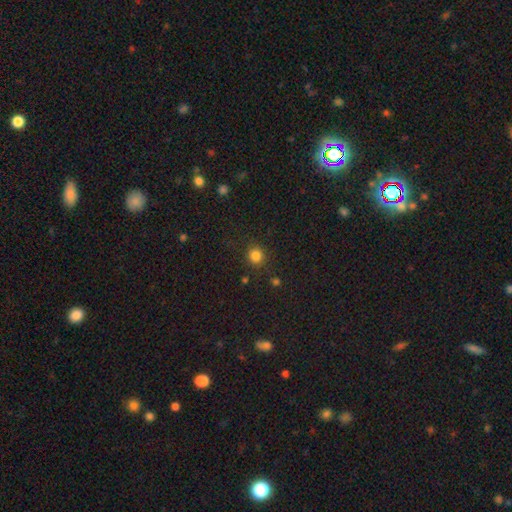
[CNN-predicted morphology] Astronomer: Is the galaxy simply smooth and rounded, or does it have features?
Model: smooth — 82%.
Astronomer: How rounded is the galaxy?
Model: round — 91%.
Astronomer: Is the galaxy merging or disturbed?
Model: none — 86%.